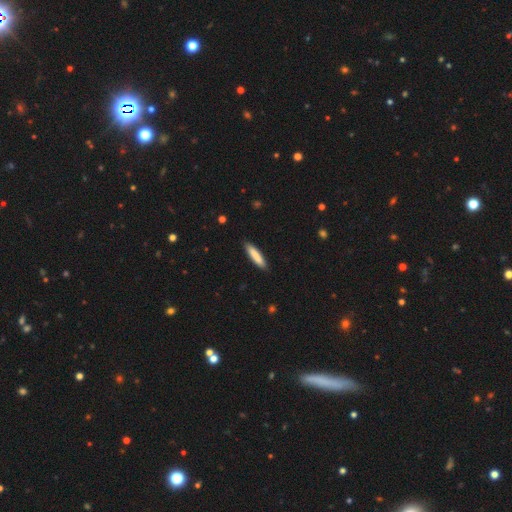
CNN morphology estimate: Smooth or featured? smooth (84%)
How rounded? cigar-shaped (84%)
Merging? none (89%)